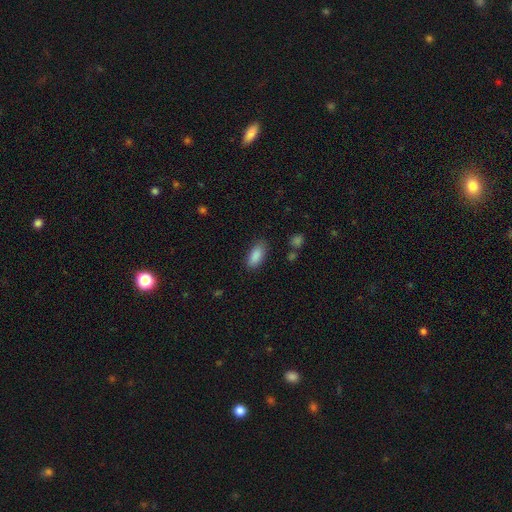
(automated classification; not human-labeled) A smooth galaxy with no disk features (89%) that is in between round and cigar-shaped (87%). Merging: none (83%).